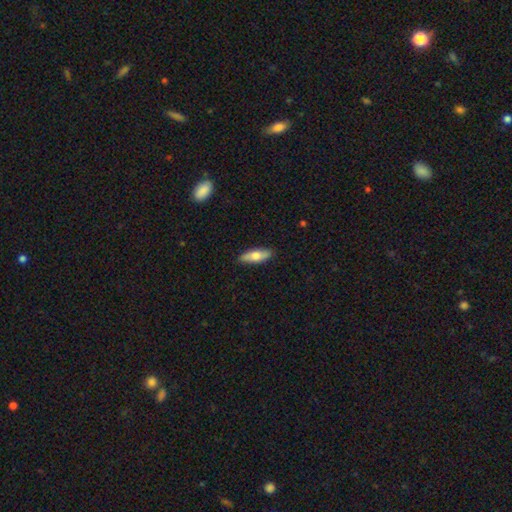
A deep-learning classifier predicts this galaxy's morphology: Smooth or featured? Predicted: smooth (p=0.67). How rounded? Predicted: in between (p=0.60). Merging? Predicted: none (p=0.89).